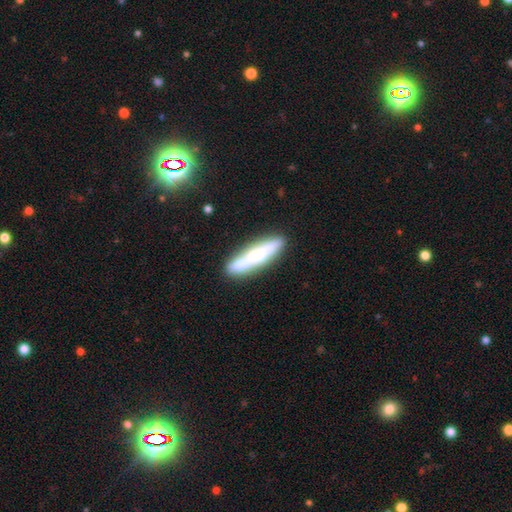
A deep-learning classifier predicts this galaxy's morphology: A smooth galaxy with no disk features (55%) that is cigar-shaped (81%).

Vote fractions:
- Smooth or featured? smooth: 55% / featured or disk: 38% / star or artifact: 8%
- How rounded? cigar-shaped: 81% / in between: 17% / round: 2%
- Merging? none: 77% / minor disturbance: 14% / merger: 5% / major disturbance: 4%